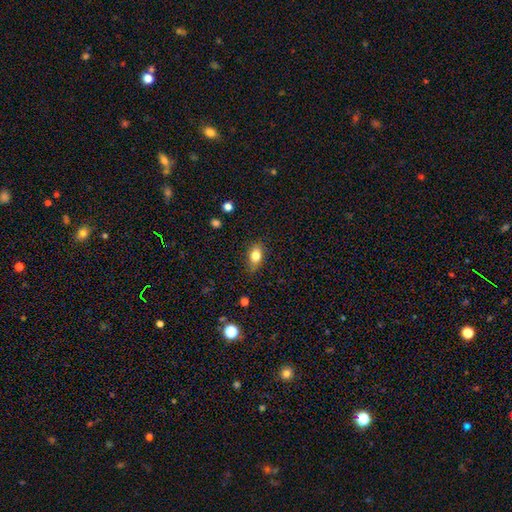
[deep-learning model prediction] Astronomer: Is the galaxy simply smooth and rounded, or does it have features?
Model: smooth — 81%.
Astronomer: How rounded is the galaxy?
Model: in between — 82%.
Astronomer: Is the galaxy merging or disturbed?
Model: none — 82%.